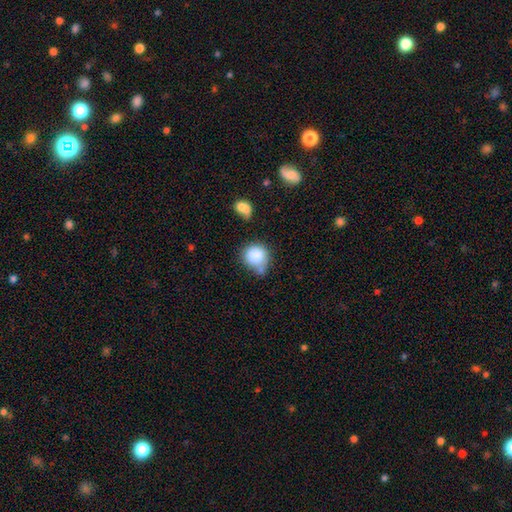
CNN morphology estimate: Smooth or featured? Predicted: smooth (p=0.85). How rounded? Predicted: round (p=0.85). Merging? Predicted: none (p=0.51).